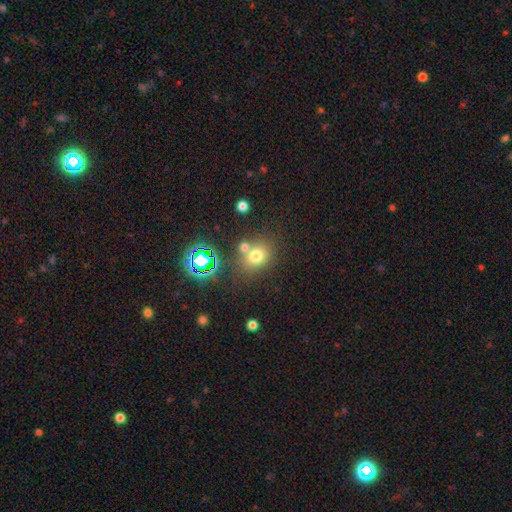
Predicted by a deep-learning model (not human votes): Smooth or featured? Predicted: smooth (p=0.70). How rounded? Predicted: round (p=0.64). Merging? Predicted: none (p=0.60).